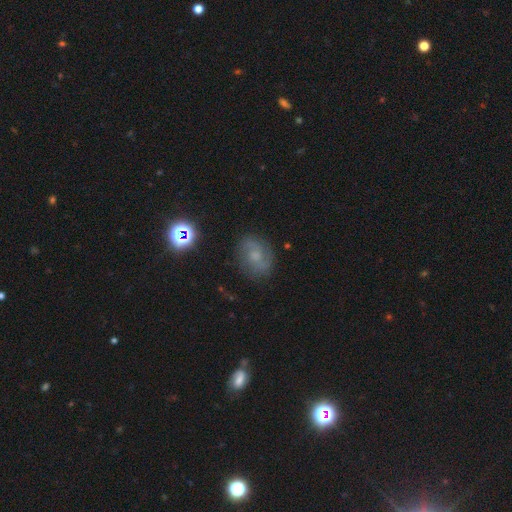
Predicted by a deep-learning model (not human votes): smooth-or-featured: featured or disk: 47% | smooth: 36% | star or artifact: 16%
  merging: none: 75% | minor disturbance: 17% | major disturbance: 6% | merger: 2%